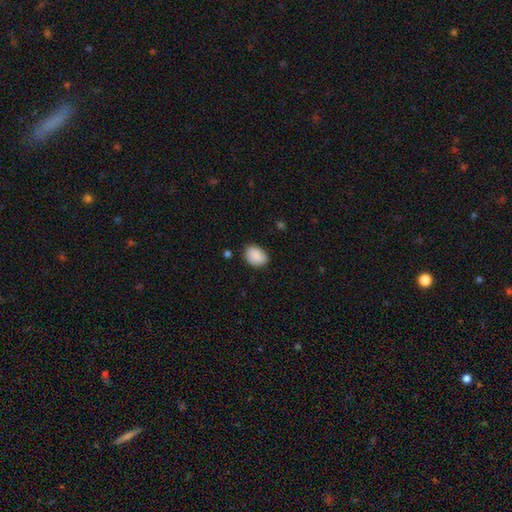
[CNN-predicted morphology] Smooth or featured: smooth — 88% (star or artifact — 7%)
How rounded: in between — 69% (round — 30%)
Merging: none — 77% (minor disturbance — 18%)